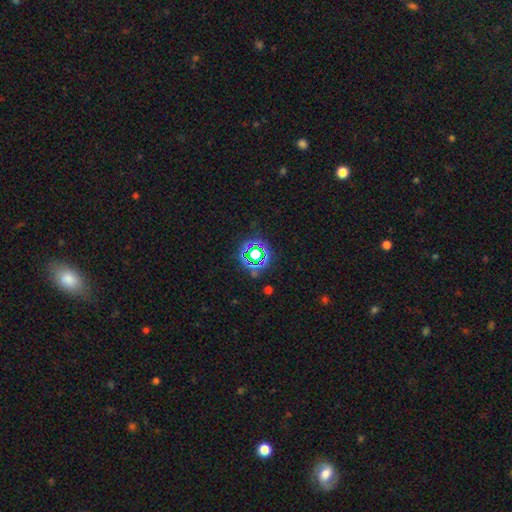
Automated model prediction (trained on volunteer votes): Overall: star or artifact (66%).